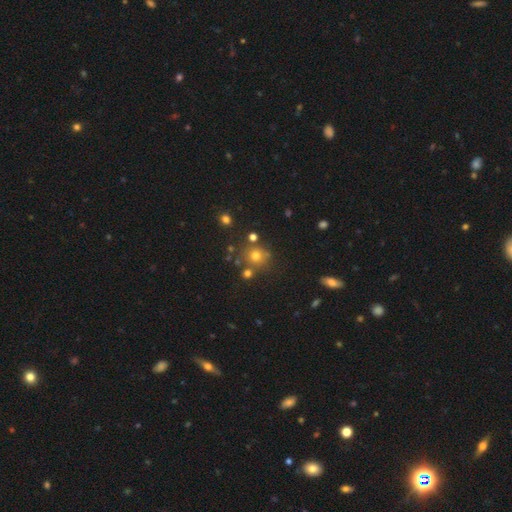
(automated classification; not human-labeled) This appears to be a smooth galaxy with no disk features (71%) that is round (86%). Merging: none (73%).